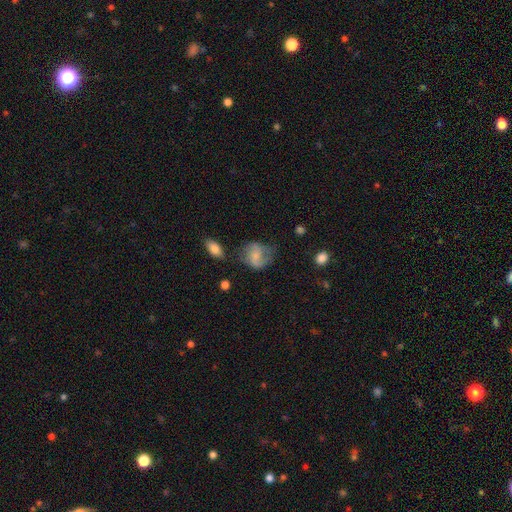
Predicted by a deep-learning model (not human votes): Morphology: type=smooth (51%); roundness=round (58%); merging=none (49%).